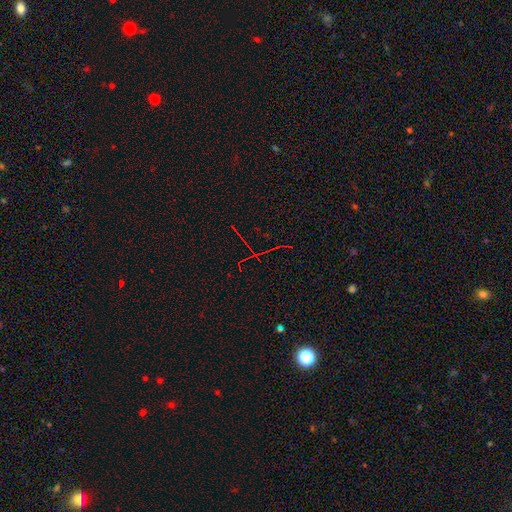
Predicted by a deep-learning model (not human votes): This appears to be a star or artifact, not a galaxy (76%).